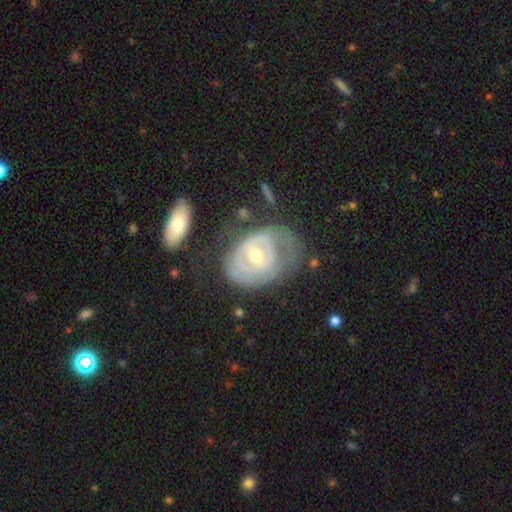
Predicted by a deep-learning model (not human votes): This is likely a featured or disk galaxy (73%). It is clearly not viewed edge-on (95%). Bar: marginally weak (43%). Spiral arm pattern: likely yes (64%). Central bulge: likely moderate (64%). Merging: marginally none (37%).